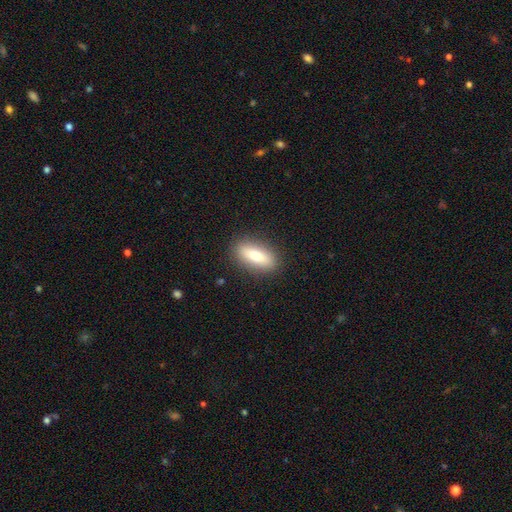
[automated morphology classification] Q: Smooth or featured?
A: smooth (75%); runner-up: featured or disk (18%)
Q: How rounded?
A: in between (71%); runner-up: cigar-shaped (26%)
Q: Merging?
A: none (87%); runner-up: minor disturbance (9%)